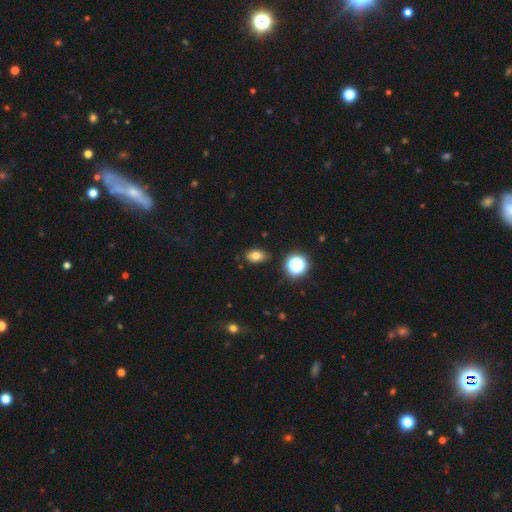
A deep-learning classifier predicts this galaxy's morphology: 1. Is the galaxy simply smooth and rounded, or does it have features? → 76% smooth, 16% star or artifact, 9% featured or disk.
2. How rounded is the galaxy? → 84% in between, 14% round, 2% cigar-shaped.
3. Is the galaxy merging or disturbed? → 84% none, 12% minor disturbance, 3% major disturbance, 2% merger.